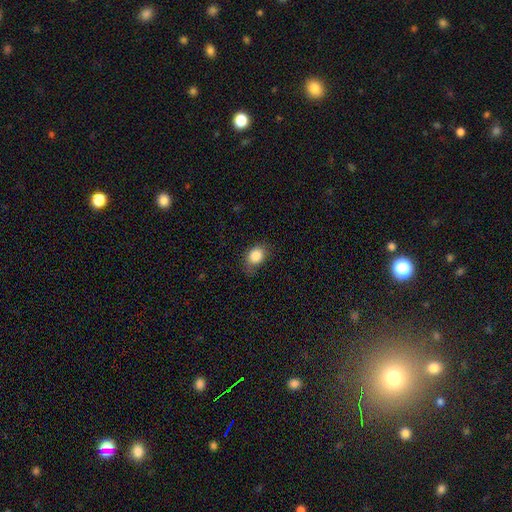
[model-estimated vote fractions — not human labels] smooth 85%, star or artifact 9%, featured or disk 6%. Down the decision tree: how rounded — in between (56%); merging — none (65%).